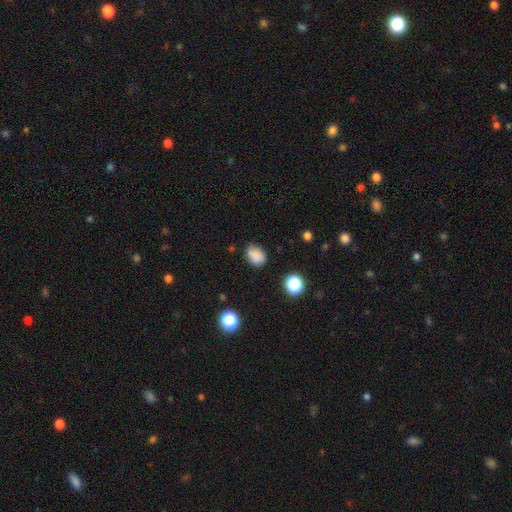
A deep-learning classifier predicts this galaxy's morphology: Q: Smooth or featured?
A: smooth (84%); runner-up: star or artifact (11%)
Q: How rounded?
A: in between (69%); runner-up: round (29%)
Q: Merging?
A: none (74%); runner-up: minor disturbance (19%)